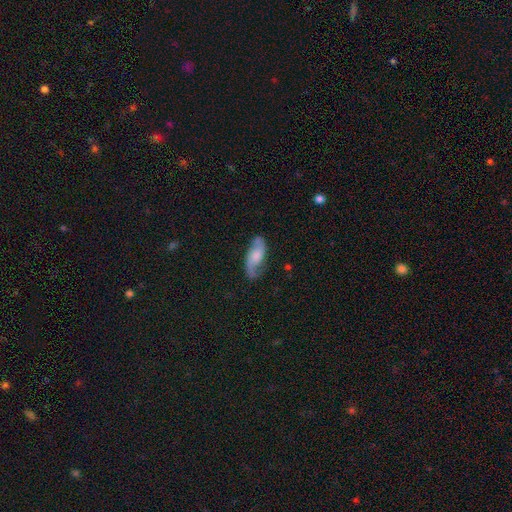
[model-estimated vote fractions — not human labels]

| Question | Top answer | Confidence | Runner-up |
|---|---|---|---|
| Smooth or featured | featured or disk | 71% | smooth (23%) |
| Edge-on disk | no | 94% | yes (6%) |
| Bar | no | 58% | weak (34%) |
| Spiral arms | yes | 94% | no (6%) |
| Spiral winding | loose | 50% | medium (38%) |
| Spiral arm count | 2 | 89% | 1 (5%) |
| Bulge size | moderate | 27% | none (26%) |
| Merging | none | 74% | minor disturbance (17%) |